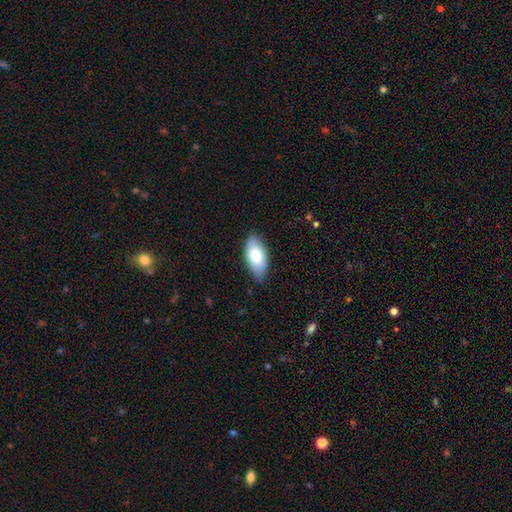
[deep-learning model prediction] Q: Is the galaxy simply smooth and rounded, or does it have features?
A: smooth — 72%.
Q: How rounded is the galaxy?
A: in between — 91%.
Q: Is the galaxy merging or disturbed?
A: none — 77%.